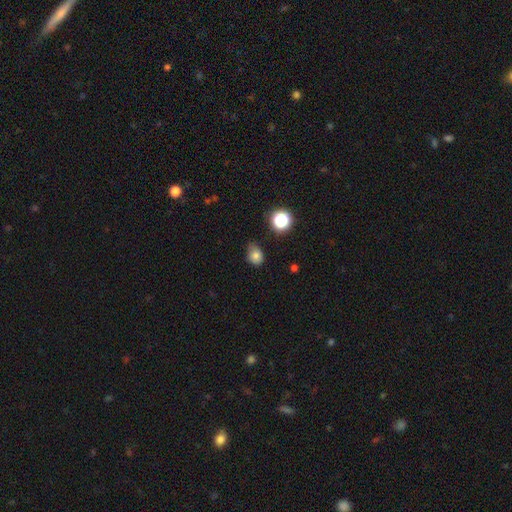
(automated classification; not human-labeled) smooth-or-featured: smooth: 77% | star or artifact: 14% | featured or disk: 8%
  how-rounded: round: 50% | in between: 49% | cigar-shaped: 1%
  merging: none: 54% | minor disturbance: 36% | major disturbance: 8% | merger: 3%